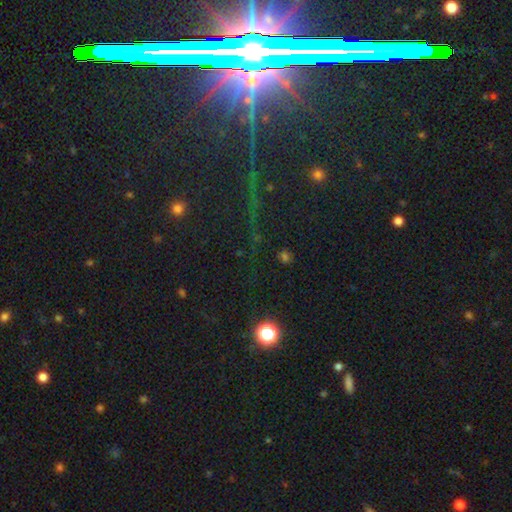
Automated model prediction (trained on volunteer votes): Smooth or featured? Predicted: star or artifact (p=0.78).